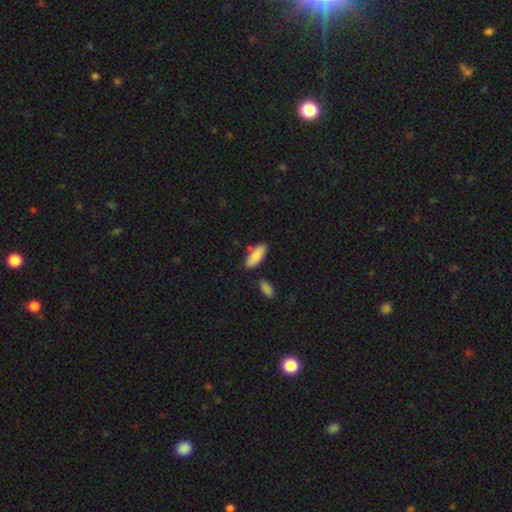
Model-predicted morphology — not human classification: Smooth or featured?
  - smooth: 86% *
  - featured or disk: 8%
  - star or artifact: 6%
How rounded?
  - in between: 77% *
  - cigar-shaped: 21%
  - round: 2%
Merging?
  - none: 74% *
  - minor disturbance: 16%
  - merger: 7%
  - major disturbance: 3%